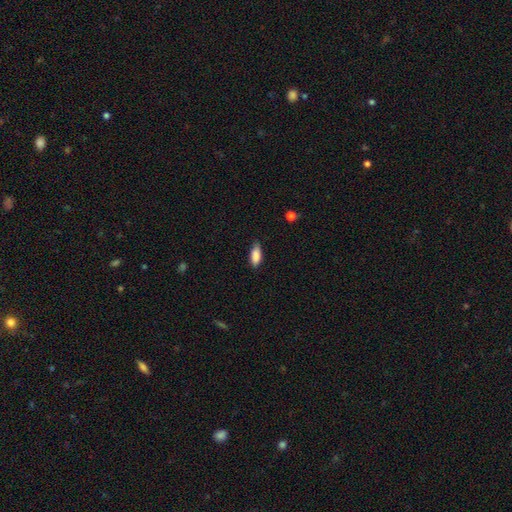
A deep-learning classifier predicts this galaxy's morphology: A smooth galaxy with no disk features (88%) that is in between round and cigar-shaped (80%). Merging: none (75%).